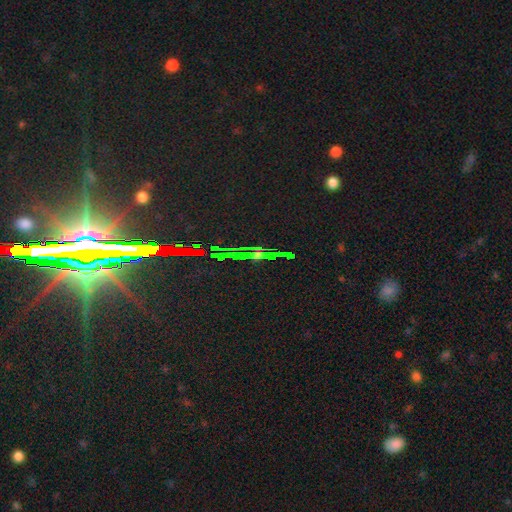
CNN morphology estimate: A star or artifact, not a galaxy (69%).

Vote fractions:
- Smooth or featured? star or artifact: 69% / featured or disk: 19% / smooth: 12%